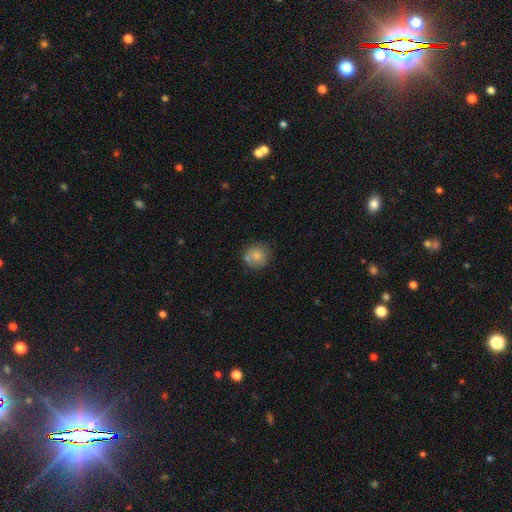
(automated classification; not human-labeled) This appears to be a smooth galaxy with no disk features (78%) that is round (91%). Merging: none (70%).